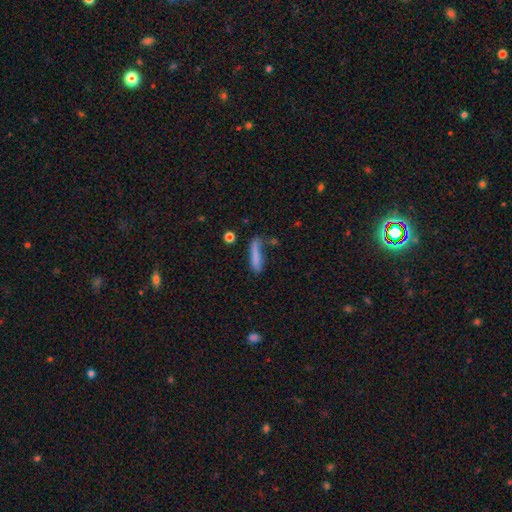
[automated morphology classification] smooth_or_featured: smooth (p=0.77) [alt: featured or disk p=0.15]
how_rounded: cigar-shaped (p=0.82) [alt: in between p=0.16]
merging: none (p=0.56) [alt: minor disturbance p=0.25]